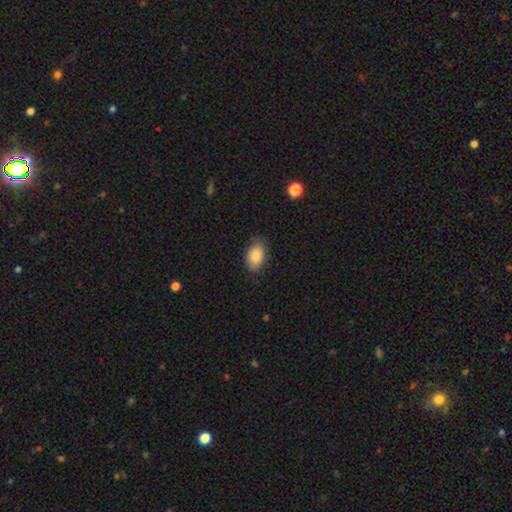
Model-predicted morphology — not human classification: A smooth galaxy with no disk features (87%) that is in between round and cigar-shaped (89%).

Vote fractions:
- Smooth or featured? smooth: 87% / star or artifact: 7% / featured or disk: 6%
- How rounded? in between: 89% / round: 10% / cigar-shaped: 1%
- Merging? none: 78% / minor disturbance: 17% / major disturbance: 3% / merger: 1%